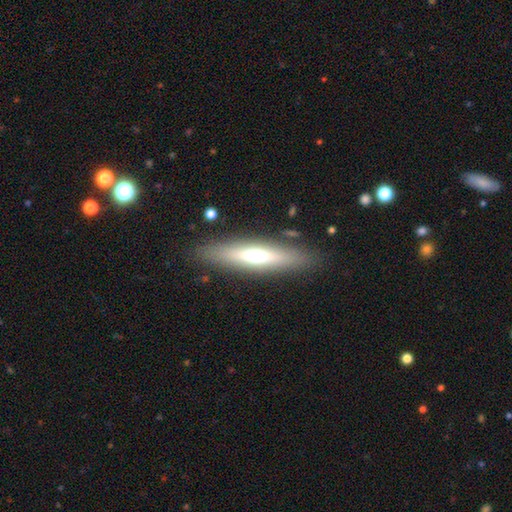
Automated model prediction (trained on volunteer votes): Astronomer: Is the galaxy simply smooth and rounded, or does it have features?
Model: smooth — 48% (runner-up: featured or disk, 45%).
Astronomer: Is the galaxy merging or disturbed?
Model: none — 86%.